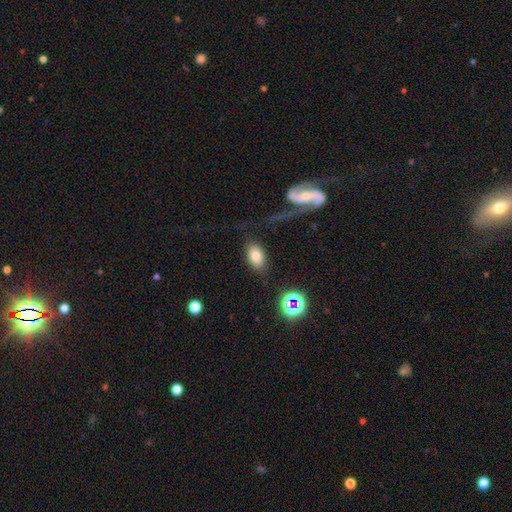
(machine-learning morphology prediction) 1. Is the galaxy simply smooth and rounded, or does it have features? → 77% smooth, 13% featured or disk, 10% star or artifact.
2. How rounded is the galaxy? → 91% in between, 7% round, 2% cigar-shaped.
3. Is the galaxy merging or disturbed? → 76% none, 12% minor disturbance, 8% major disturbance, 4% merger.